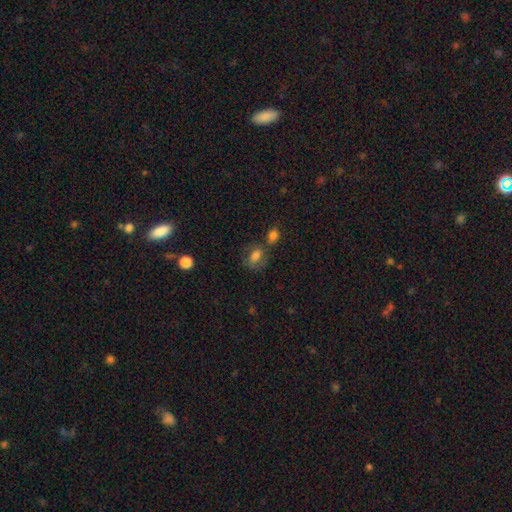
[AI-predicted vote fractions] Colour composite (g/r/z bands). It shows a smooth galaxy with no disk features (71%) that is in between round and cigar-shaped (74%). Merging: none (46%).